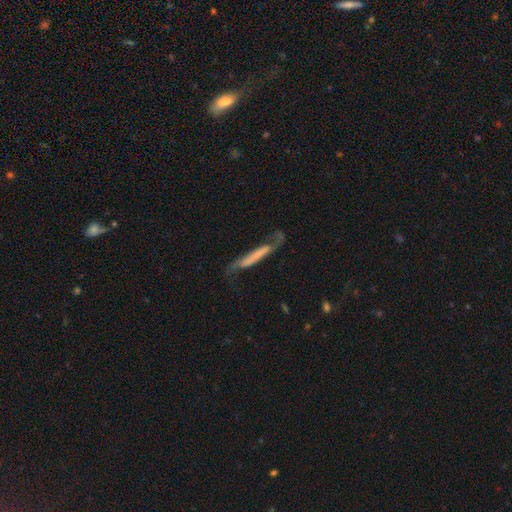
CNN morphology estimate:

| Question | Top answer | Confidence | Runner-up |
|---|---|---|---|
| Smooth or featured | featured or disk | 54% | smooth (39%) |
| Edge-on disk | yes | 59% | no (41%) |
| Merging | none | 45% | minor disturbance (27%) |